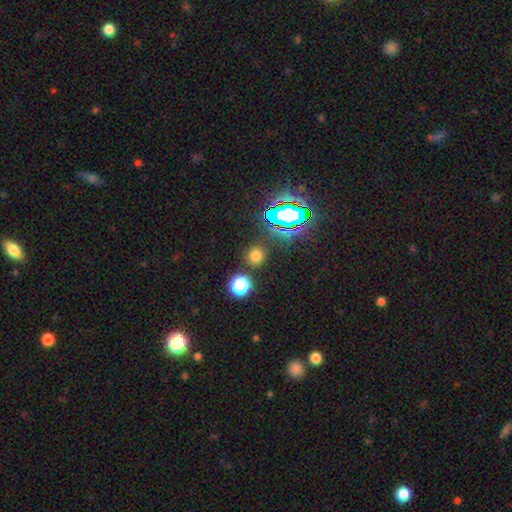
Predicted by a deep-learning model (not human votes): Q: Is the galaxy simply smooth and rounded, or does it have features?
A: smooth — 68%.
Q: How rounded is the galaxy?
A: round — 86%.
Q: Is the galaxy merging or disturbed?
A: none — 85%.